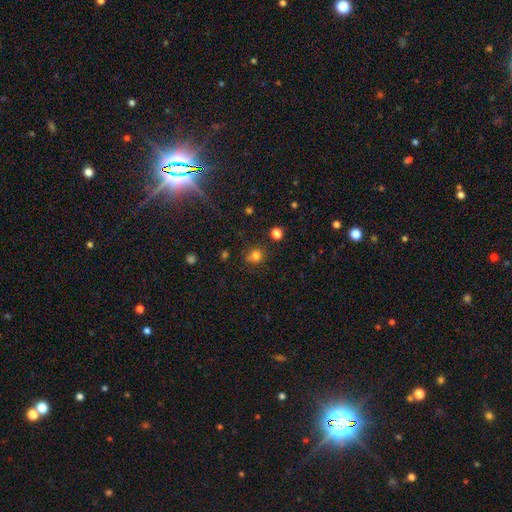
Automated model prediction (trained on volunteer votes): Smooth or featured? Predicted: smooth (p=0.78). How rounded? Predicted: round (p=0.83). Merging? Predicted: none (p=0.77).